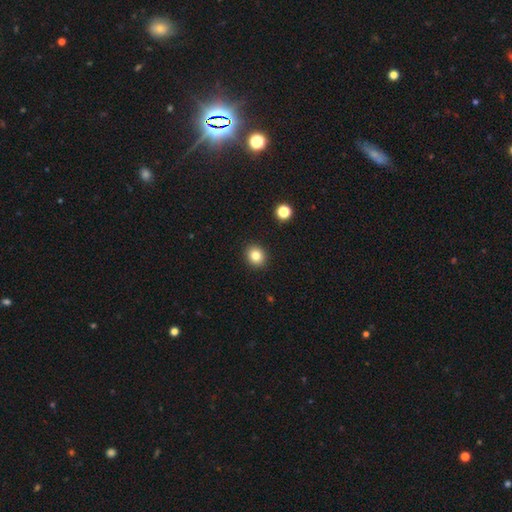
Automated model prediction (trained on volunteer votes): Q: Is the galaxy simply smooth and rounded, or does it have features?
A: smooth — 83%.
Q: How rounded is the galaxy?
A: round — 77%.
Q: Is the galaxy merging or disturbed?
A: none — 91%.